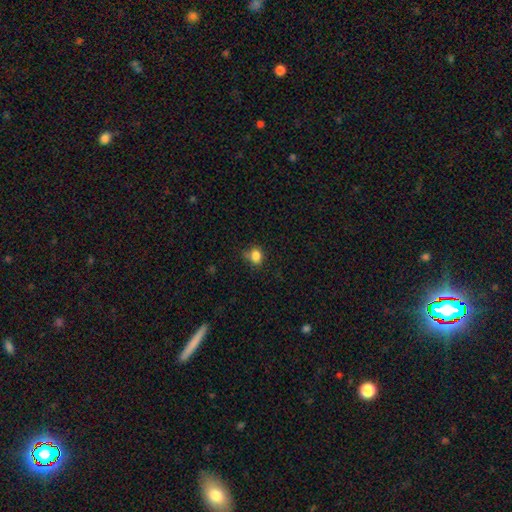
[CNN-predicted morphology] smooth-or-featured: smooth: 84% | star or artifact: 12% | featured or disk: 5%
  how-rounded: round: 55% | in between: 43% | cigar-shaped: 1%
  merging: none: 67% | minor disturbance: 22% | major disturbance: 6% | merger: 6%